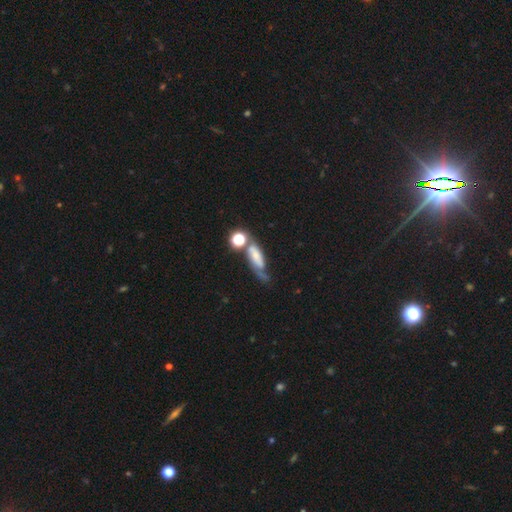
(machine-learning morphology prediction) smooth-or-featured: smooth: 44% | featured or disk: 43% | star or artifact: 12%
  merging: none: 34% | merger: 25% | minor disturbance: 21% | major disturbance: 21%